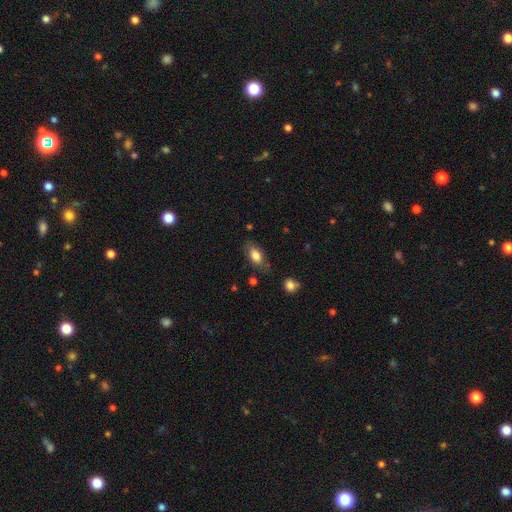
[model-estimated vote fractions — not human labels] This is likely a smooth galaxy (77%). How rounded: clearly in between (88%). Merging: likely none (71%).